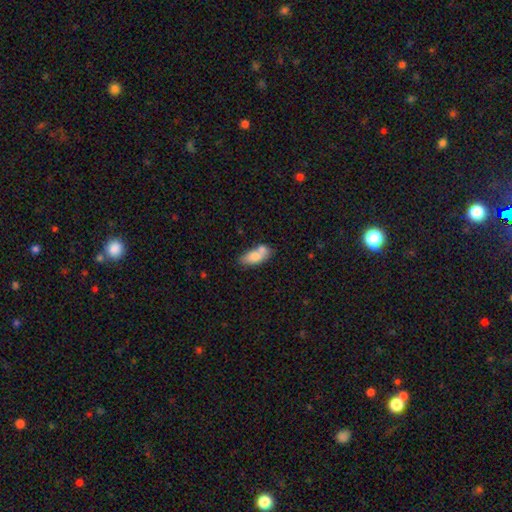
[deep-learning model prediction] smooth 74%, featured or disk 18%, star or artifact 7%. Down the decision tree: how rounded — in between (83%); merging — none (44%).